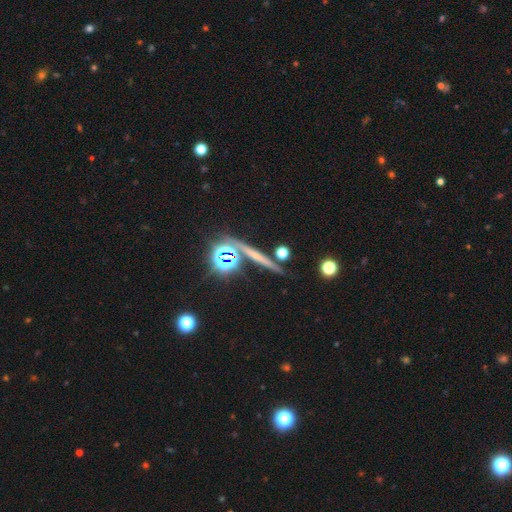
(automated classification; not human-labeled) featured or disk 39%, star or artifact 31%, smooth 30%. Down the decision tree: merging — none (82%).